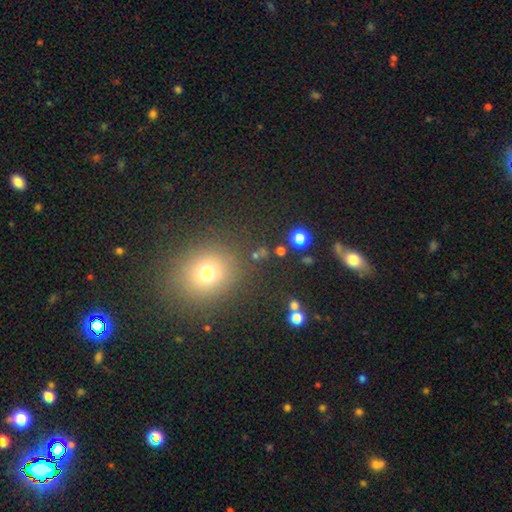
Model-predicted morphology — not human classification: Smooth or featured? Predicted: smooth (p=0.59). How rounded? Predicted: round (p=0.78). Merging? Predicted: none (p=0.80).